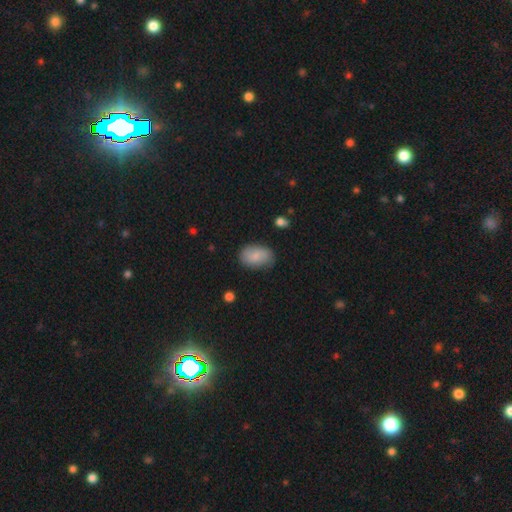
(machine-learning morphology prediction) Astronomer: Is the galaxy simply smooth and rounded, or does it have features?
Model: smooth — 74%.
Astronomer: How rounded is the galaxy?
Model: in between — 88%.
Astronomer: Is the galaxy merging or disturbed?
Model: none — 79%.